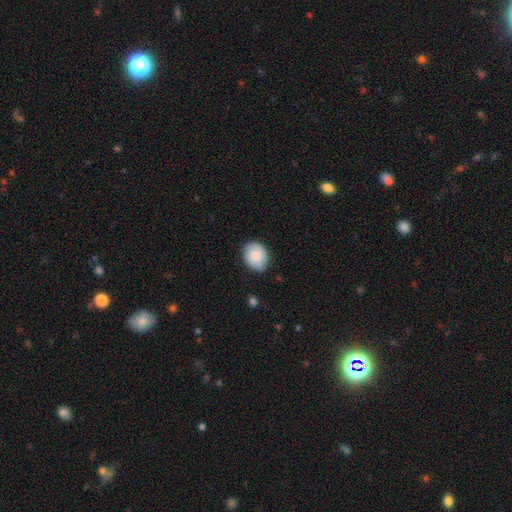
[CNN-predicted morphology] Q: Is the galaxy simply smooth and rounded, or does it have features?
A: smooth — 84%.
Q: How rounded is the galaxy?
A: in between — 52%.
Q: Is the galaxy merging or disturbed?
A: none — 84%.